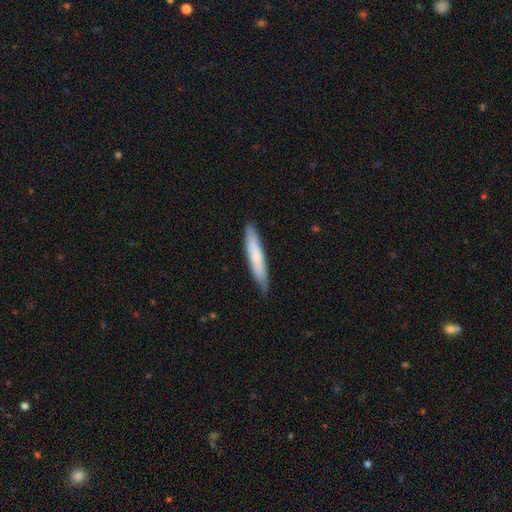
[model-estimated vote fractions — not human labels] Q: Smooth or featured?
A: smooth (68%); runner-up: featured or disk (26%)
Q: How rounded?
A: cigar-shaped (90%); runner-up: in between (8%)
Q: Merging?
A: none (80%); runner-up: minor disturbance (17%)